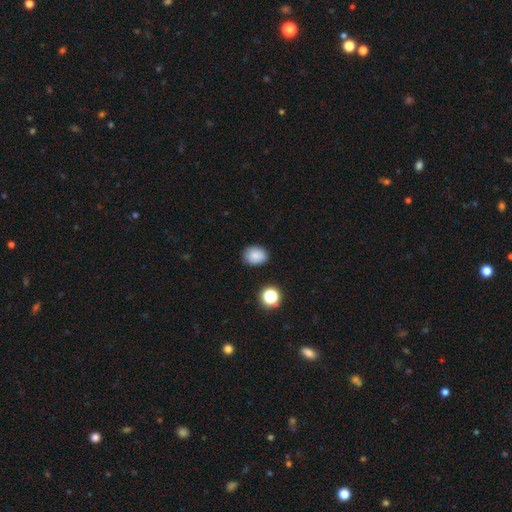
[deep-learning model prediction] Smooth or featured?
  - smooth: 84% *
  - star or artifact: 11%
  - featured or disk: 5%
How rounded?
  - in between: 51% *
  - round: 48%
  - cigar-shaped: 1%
Merging?
  - none: 83% *
  - minor disturbance: 12%
  - major disturbance: 3%
  - merger: 2%